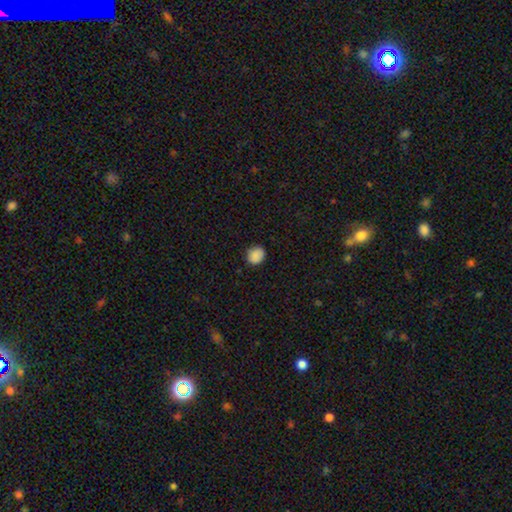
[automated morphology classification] smooth_or_featured: smooth (p=0.89) [alt: star or artifact p=0.09]
how_rounded: round (p=0.72) [alt: in between p=0.27]
merging: none (p=0.88) [alt: minor disturbance p=0.09]